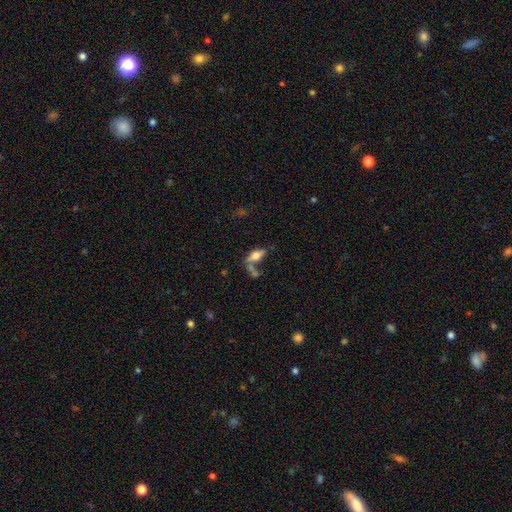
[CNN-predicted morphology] A smooth galaxy with no disk features (57%) that is in between round and cigar-shaped (73%).

Vote fractions:
- Smooth or featured? smooth: 57% / featured or disk: 34% / star or artifact: 10%
- How rounded? in between: 73% / cigar-shaped: 23% / round: 4%
- Merging? none: 39% / merger: 32% / minor disturbance: 16% / major disturbance: 13%